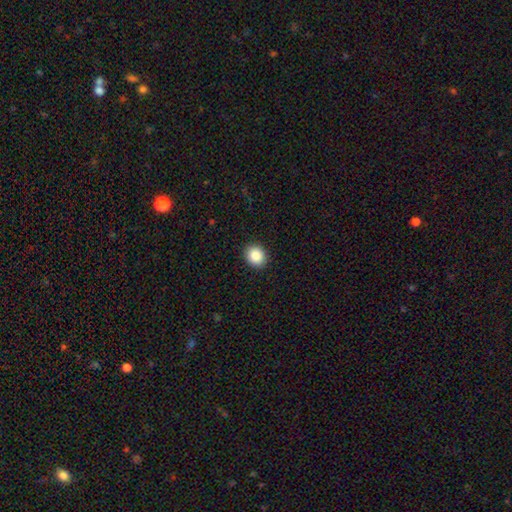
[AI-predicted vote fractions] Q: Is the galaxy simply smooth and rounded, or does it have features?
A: smooth — 86%.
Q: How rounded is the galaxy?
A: round — 69%.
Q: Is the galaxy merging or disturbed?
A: none — 92%.